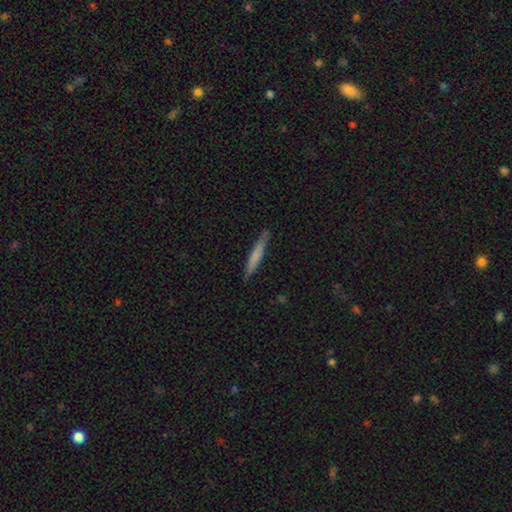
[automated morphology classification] Overall: smooth (66%; featured or disk 28%). How rounded: cigar-shaped (95%). Merging: none (87%).